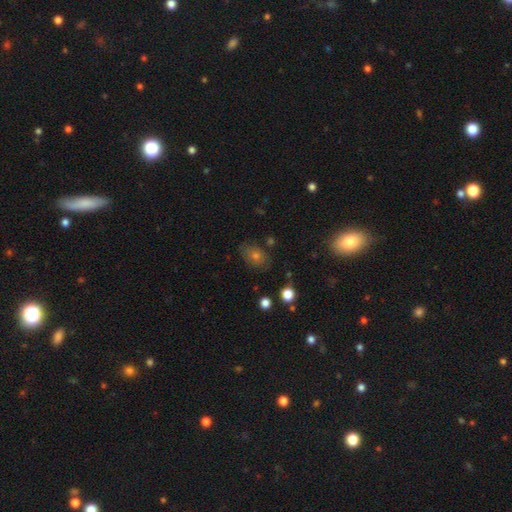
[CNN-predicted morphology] Smooth or featured? Predicted: smooth (p=0.61). How rounded? Predicted: in between (p=0.71). Merging? Predicted: none (p=0.77).